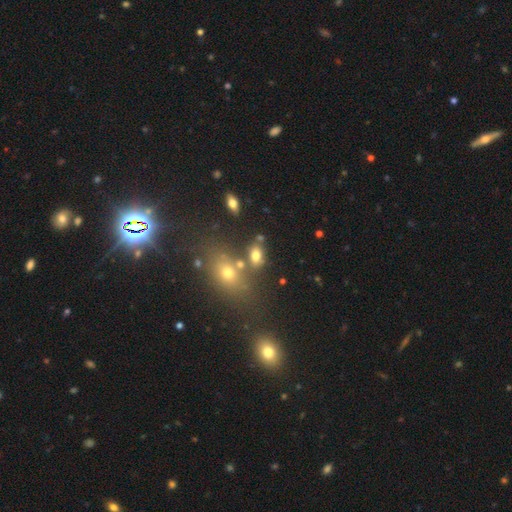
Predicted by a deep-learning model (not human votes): smooth_or_featured: smooth (p=0.73) [alt: star or artifact p=0.15]
how_rounded: in between (p=0.81) [alt: round p=0.17]
merging: none (p=0.60) [alt: merger p=0.21]